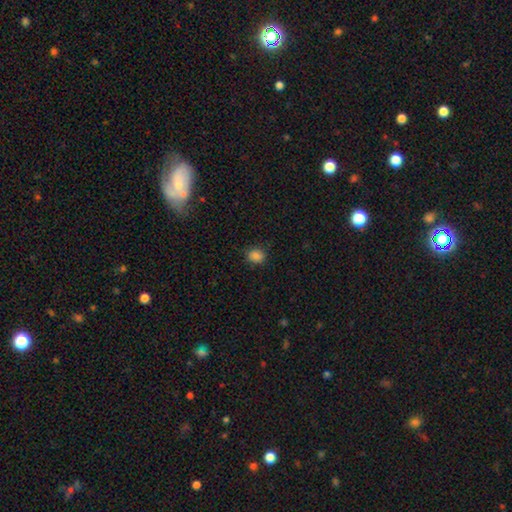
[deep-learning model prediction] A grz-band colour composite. It shows a smooth galaxy with no disk features (86%) that is round (67%). Merging: none (86%).